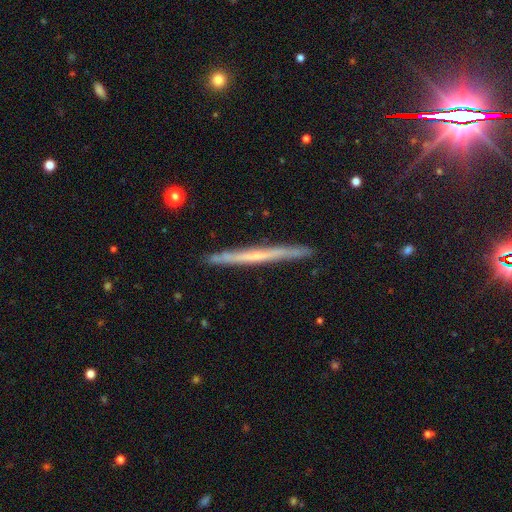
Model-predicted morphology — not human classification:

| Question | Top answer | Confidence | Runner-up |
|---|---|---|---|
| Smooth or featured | featured or disk | 61% | smooth (33%) |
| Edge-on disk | yes | 97% | no (3%) |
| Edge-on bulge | none | 77% | rounded (18%) |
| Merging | none | 90% | minor disturbance (8%) |